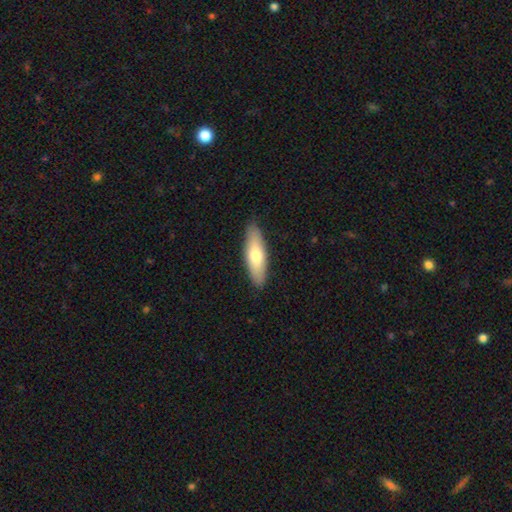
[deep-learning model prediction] Smooth or featured: smooth — 68% (featured or disk — 27%)
How rounded: in between — 50% (cigar-shaped — 48%)
Merging: none — 88% (minor disturbance — 9%)